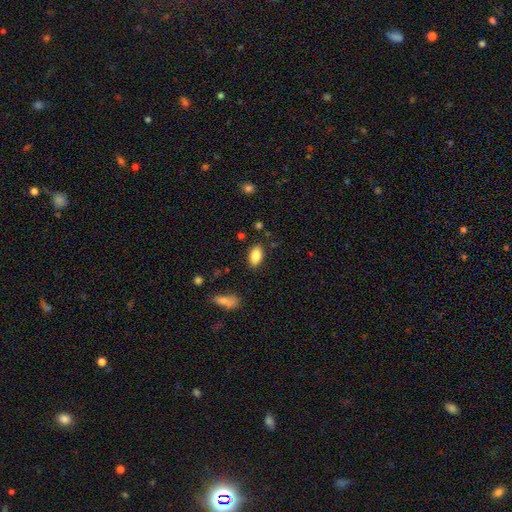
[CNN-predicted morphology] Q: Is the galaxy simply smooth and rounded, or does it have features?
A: smooth — 85%.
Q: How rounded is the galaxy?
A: in between — 91%.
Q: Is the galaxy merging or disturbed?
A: none — 85%.